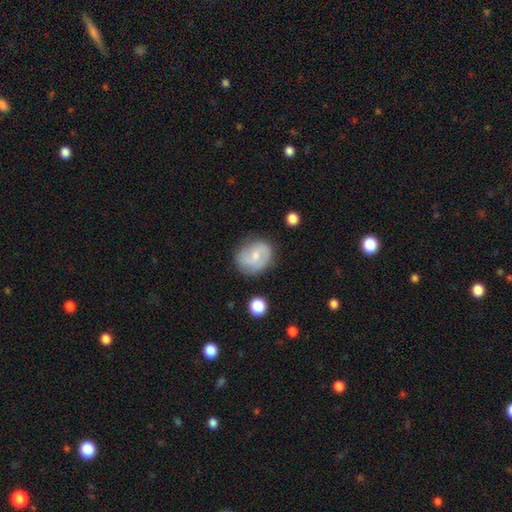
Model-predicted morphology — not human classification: Smooth or featured? Predicted: featured or disk (p=0.51). Edge-on disk? Predicted: no (p=0.97). Merging? Predicted: none (p=0.72).